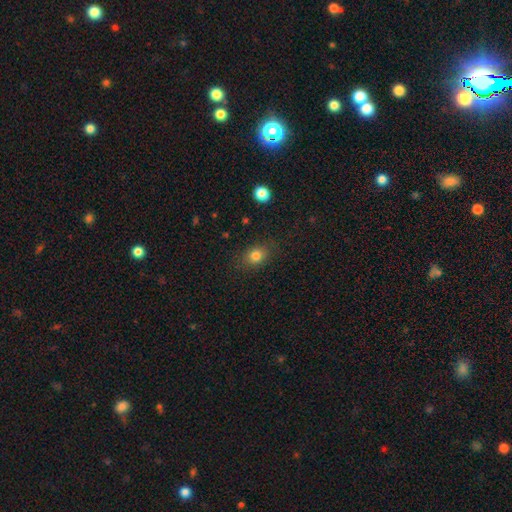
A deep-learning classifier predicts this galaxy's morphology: smooth_or_featured: smooth (p=0.80) [alt: star or artifact p=0.12]
how_rounded: in between (p=0.53) [alt: round p=0.46]
merging: none (p=0.81) [alt: minor disturbance p=0.13]